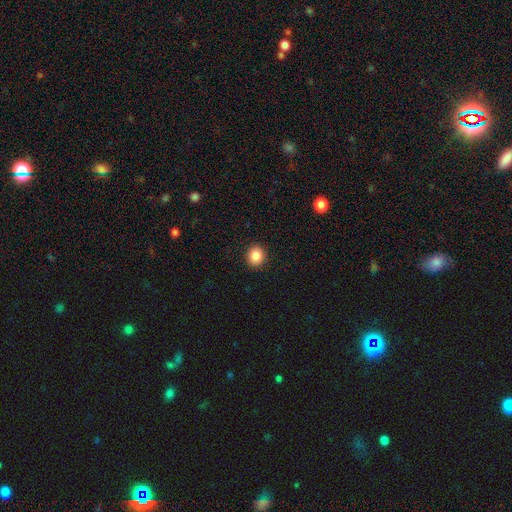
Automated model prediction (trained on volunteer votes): This is clearly a smooth galaxy (87%). How rounded: likely round (79%). Merging: clearly none (92%).